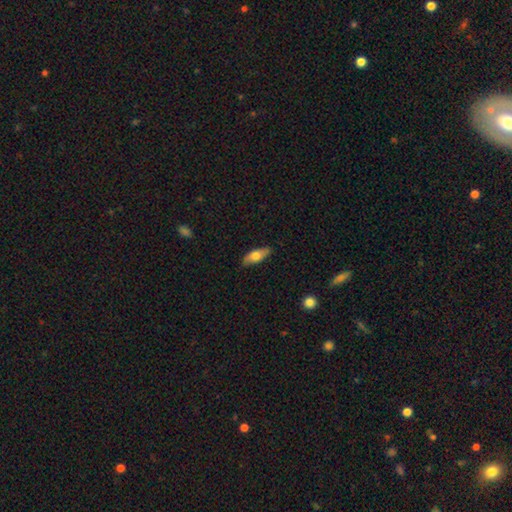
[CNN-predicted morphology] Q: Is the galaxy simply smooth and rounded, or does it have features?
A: smooth — 65%.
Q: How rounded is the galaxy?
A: in between — 69%.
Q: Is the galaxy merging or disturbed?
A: none — 85%.